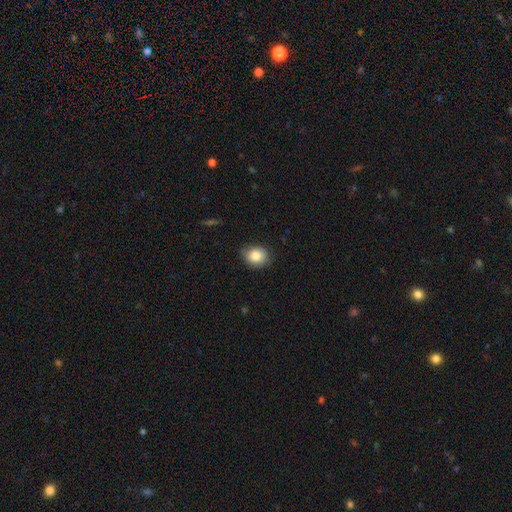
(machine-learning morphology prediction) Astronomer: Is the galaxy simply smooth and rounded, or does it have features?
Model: smooth — 85%.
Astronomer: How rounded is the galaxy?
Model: round — 56% (runner-up: in between, 43%).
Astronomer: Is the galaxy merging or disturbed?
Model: none — 77%.